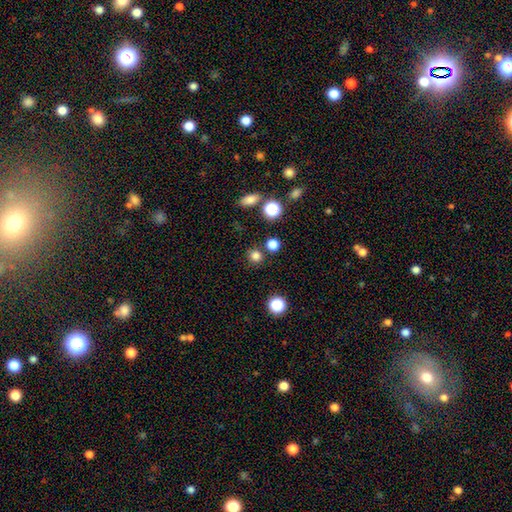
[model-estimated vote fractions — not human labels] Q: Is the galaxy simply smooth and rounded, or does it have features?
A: smooth — 79%.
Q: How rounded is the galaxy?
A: round — 91%.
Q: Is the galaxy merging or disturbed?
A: none — 84%.